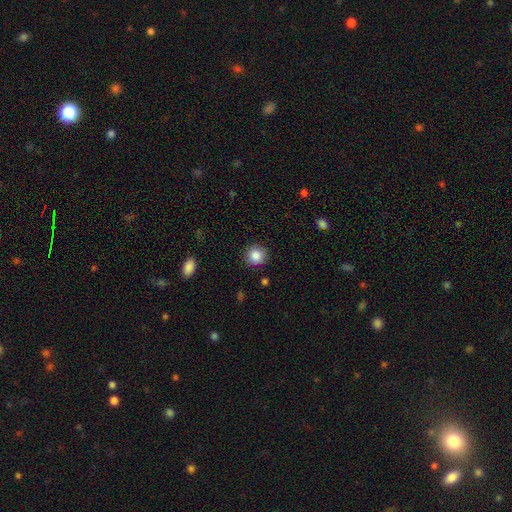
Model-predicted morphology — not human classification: Overall: smooth (86%). How rounded: round (92%). Merging: none (90%).